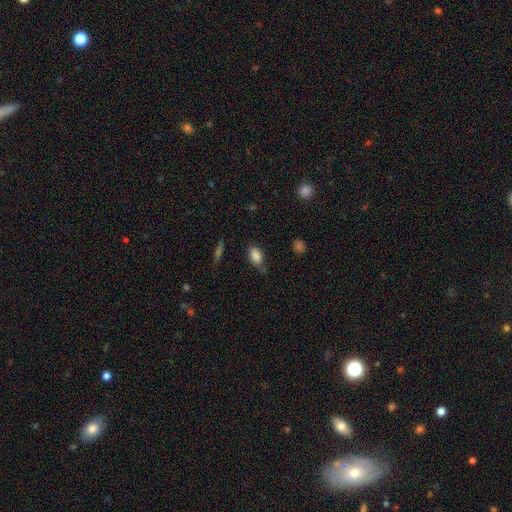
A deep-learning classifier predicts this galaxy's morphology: smooth_or_featured: smooth (p=0.84) [alt: star or artifact p=0.08]
how_rounded: in between (p=0.91) [alt: round p=0.06]
merging: none (p=0.64) [alt: minor disturbance p=0.26]